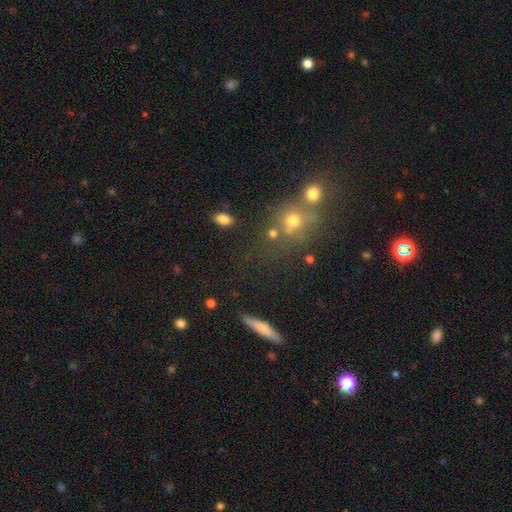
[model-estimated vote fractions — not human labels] Overall: smooth (44%; star or artifact 36%). Merging: none (57%; merger 29%).